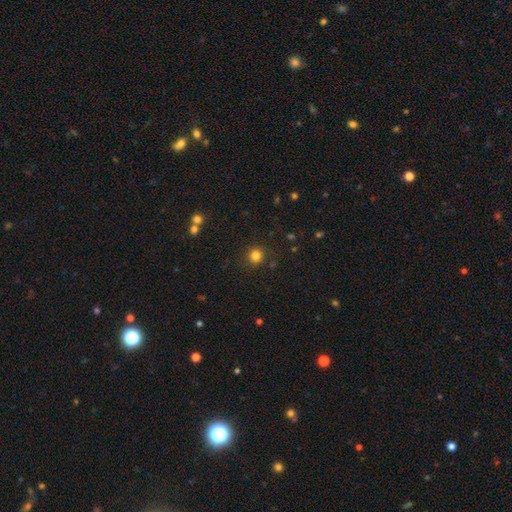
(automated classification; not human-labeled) Smooth or featured: smooth — 81% (star or artifact — 14%)
How rounded: round — 92% (in between — 7%)
Merging: none — 88% (minor disturbance — 8%)